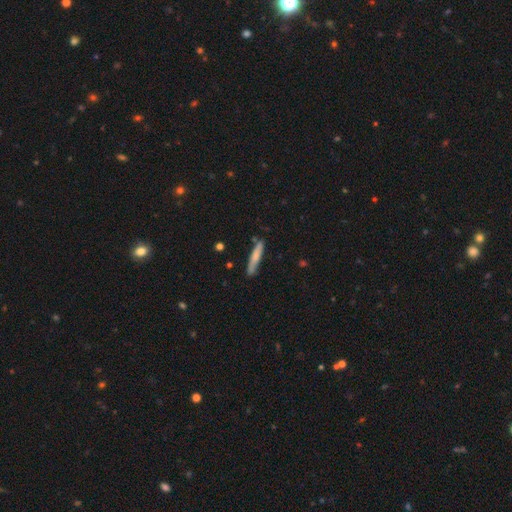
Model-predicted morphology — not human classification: type=smooth (65%); roundness=cigar-shaped (92%); merging=none (78%).